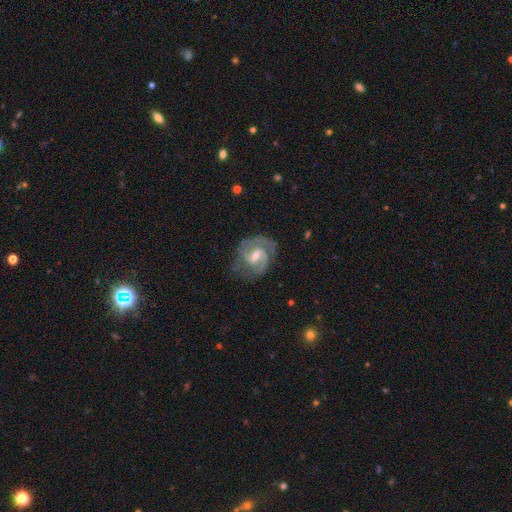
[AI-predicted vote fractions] A featured or disk galaxy (90%) with a weak bar (57%), 2 (78%) medium (52%) spiral arms (98%) and a moderate central bulge (50%).

Vote fractions:
- Smooth or featured? featured or disk: 90% / smooth: 5% / star or artifact: 4%
- Edge-on disk? no: 98% / yes: 2%
- Bar? weak: 57% / no: 22% / strong: 20%
- Spiral arms? yes: 98% / no: 2%
- Spiral winding? medium: 52% / tight: 37% / loose: 11%
- Spiral arm count? 2: 78% / 3: 10% / can't tell: 5% / 1: 3% / 4: 2% / more than 4: 2%
- Bulge size? moderate: 50% / small: 46% / large: 2% / none: 1% / dominant: 1%
- Merging? none: 70% / minor disturbance: 20% / major disturbance: 8% / merger: 1%